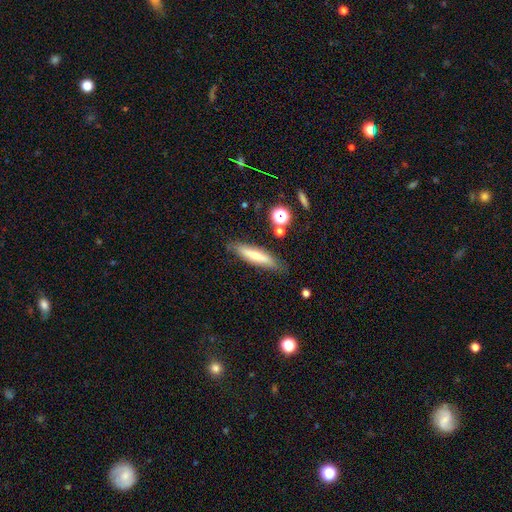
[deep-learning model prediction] Smooth or featured?
  - smooth: 55% *
  - featured or disk: 37%
  - star or artifact: 8%
How rounded?
  - cigar-shaped: 78% *
  - in between: 20%
  - round: 2%
Merging?
  - none: 81% *
  - minor disturbance: 13%
  - major disturbance: 3%
  - merger: 3%